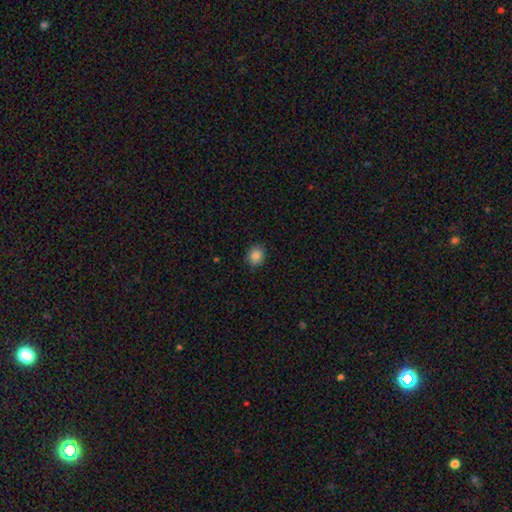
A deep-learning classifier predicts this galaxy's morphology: This is clearly a smooth galaxy (85%). How rounded: likely round (76%). Merging: clearly none (90%).